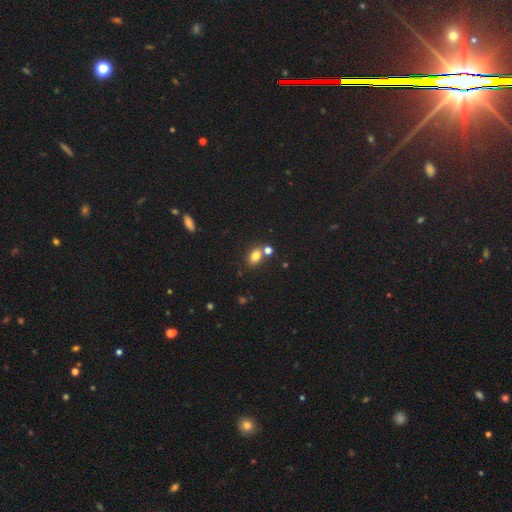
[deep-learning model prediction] smooth 79%, star or artifact 13%, featured or disk 8%. Down the decision tree: how rounded — in between (66%); merging — none (62%).